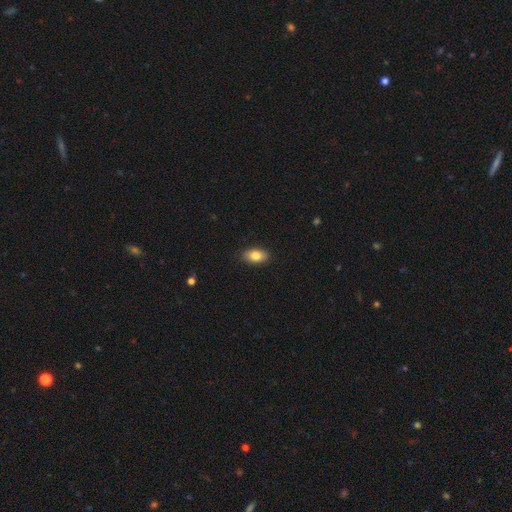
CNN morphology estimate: smooth 84%, featured or disk 9%, star or artifact 7%. Down the decision tree: how rounded — in between (91%); merging — none (88%).